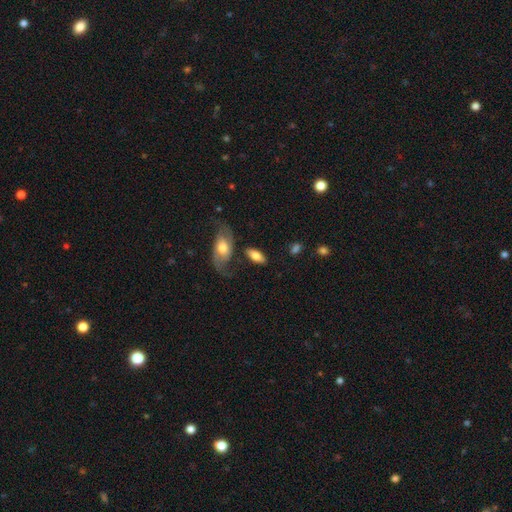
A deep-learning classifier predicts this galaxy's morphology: A smooth galaxy with no disk features (71%) that is in between round and cigar-shaped (90%).

Vote fractions:
- Smooth or featured? smooth: 71% / featured or disk: 22% / star or artifact: 6%
- How rounded? in between: 90% / cigar-shaped: 7% / round: 4%
- Merging? none: 69% / minor disturbance: 15% / merger: 9% / major disturbance: 7%